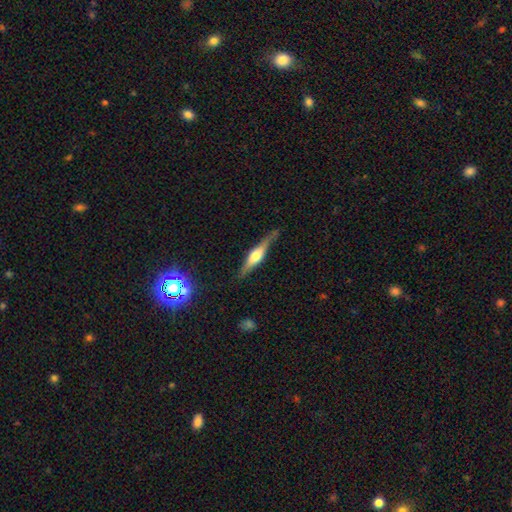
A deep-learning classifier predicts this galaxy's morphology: Q: Smooth or featured?
A: featured or disk (70%); runner-up: smooth (24%)
Q: Edge-on disk?
A: yes (96%); runner-up: no (4%)
Q: Edge-on bulge?
A: rounded (87%); runner-up: boxy (10%)
Q: Merging?
A: none (82%); runner-up: minor disturbance (13%)